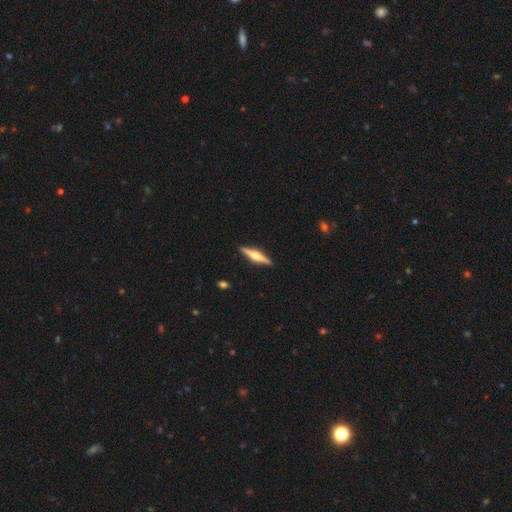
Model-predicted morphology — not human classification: Smooth or featured: featured or disk — 71% (smooth — 24%)
Edge-on disk: yes — 98% (no — 2%)
Edge-on bulge: rounded — 90% (boxy — 7%)
Merging: none — 91% (minor disturbance — 6%)